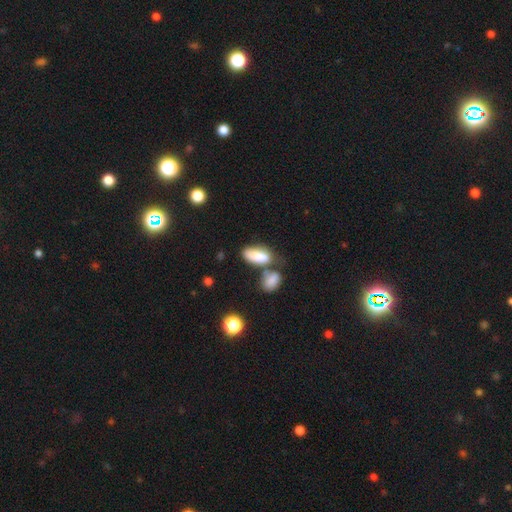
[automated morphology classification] Overall: smooth (83%). How rounded: in between (89%). Merging: merger (40%; none 35%).